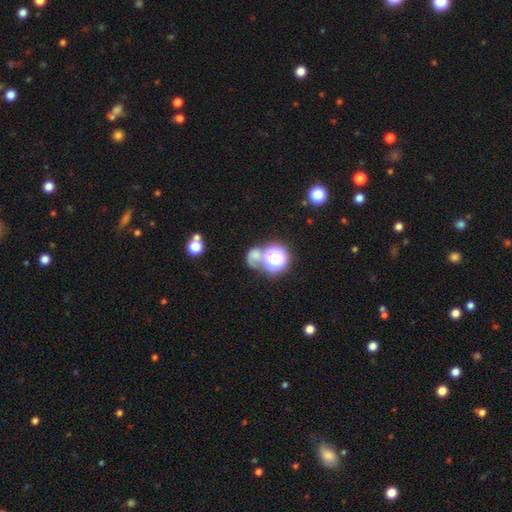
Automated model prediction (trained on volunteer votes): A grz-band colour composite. It shows a smooth galaxy with no disk features (53%) that is round (66%). Merging: none (37%).